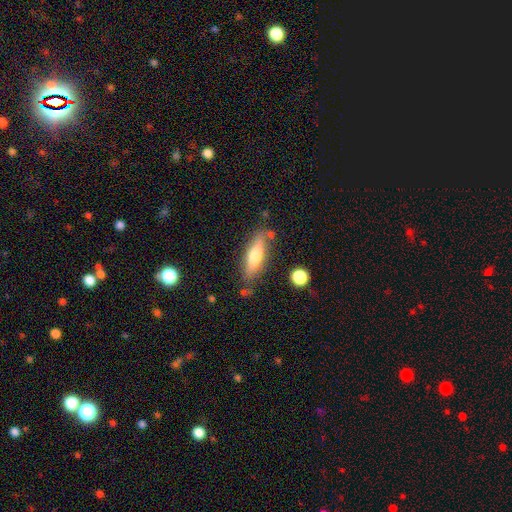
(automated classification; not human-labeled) Smooth or featured? Predicted: smooth (p=0.56). How rounded? Predicted: cigar-shaped (p=0.58). Merging? Predicted: none (p=0.76).